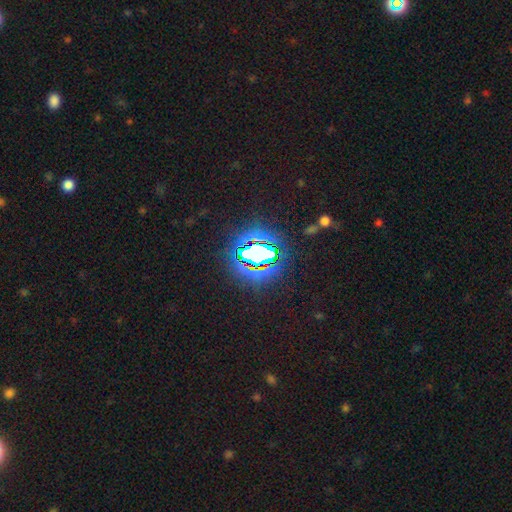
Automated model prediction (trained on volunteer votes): A star or artifact, not a galaxy (77%).

Vote fractions:
- Smooth or featured? star or artifact: 77% / smooth: 14% / featured or disk: 9%